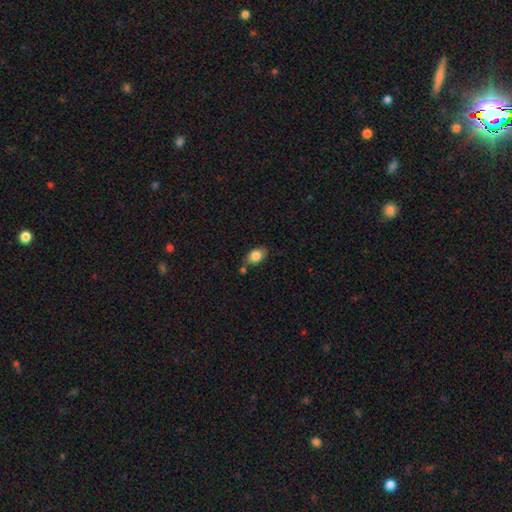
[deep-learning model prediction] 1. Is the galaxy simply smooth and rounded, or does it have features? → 84% smooth, 8% featured or disk, 8% star or artifact.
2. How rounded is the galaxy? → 84% in between, 14% round, 2% cigar-shaped.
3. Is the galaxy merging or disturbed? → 67% none, 18% minor disturbance, 10% merger, 4% major disturbance.